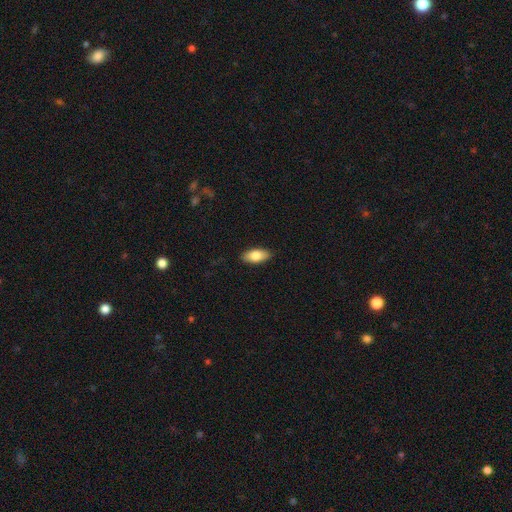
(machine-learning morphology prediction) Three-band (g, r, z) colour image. It shows a smooth galaxy with no disk features (81%) that is in between round and cigar-shaped (90%). Merging: none (89%).